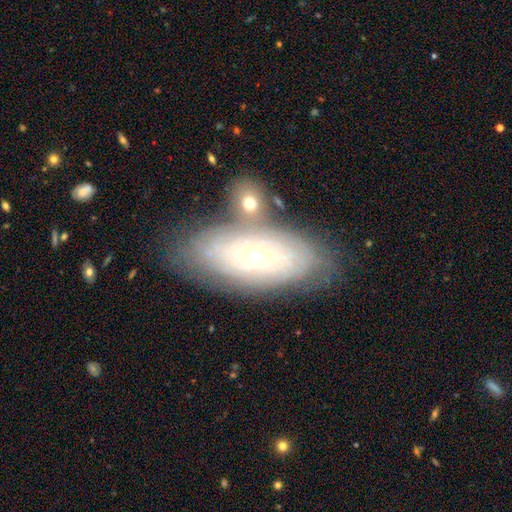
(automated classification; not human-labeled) featured or disk 65%, smooth 26%, star or artifact 9%. Down the decision tree: edge-on disk — no (86%); bar — no (83%); spiral arms — yes (69%); bulge size — small (61%); merging — none (66%).